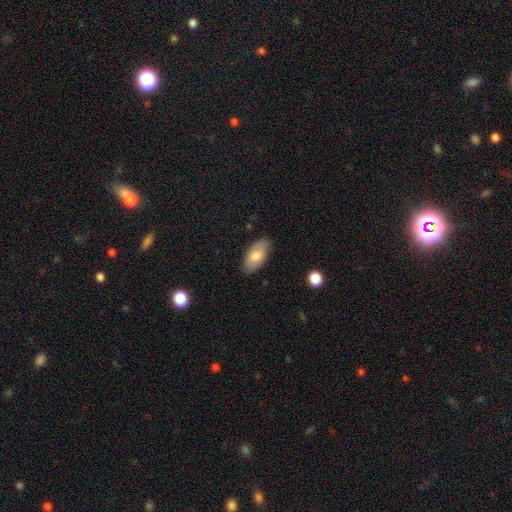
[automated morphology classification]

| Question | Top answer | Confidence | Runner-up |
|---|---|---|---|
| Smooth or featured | smooth | 75% | featured or disk (19%) |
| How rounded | in between | 94% | cigar-shaped (4%) |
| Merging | none | 82% | minor disturbance (14%) |